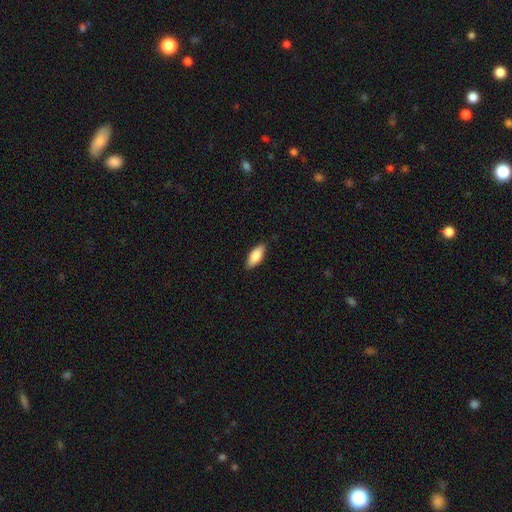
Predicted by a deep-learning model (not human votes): Overall: smooth (83%). How rounded: in between (78%). Merging: none (86%).